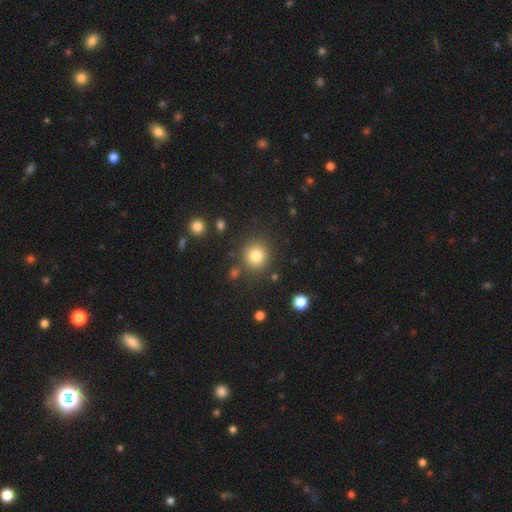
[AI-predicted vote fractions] The model was most divided on "smooth or featured": smooth: 81%, star or artifact: 12%, featured or disk: 8%. More confident: how rounded — round (90%); merging — none (84%).